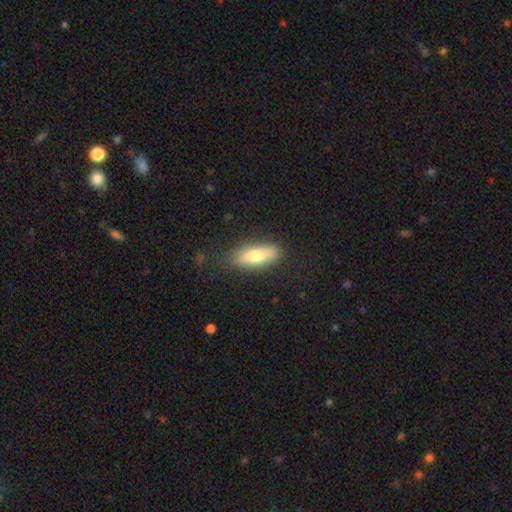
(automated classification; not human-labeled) The model was most divided on "how rounded": in between: 65%, cigar-shaped: 33%, round: 2%. More confident: merging — none (80%); smooth or featured — smooth (73%).